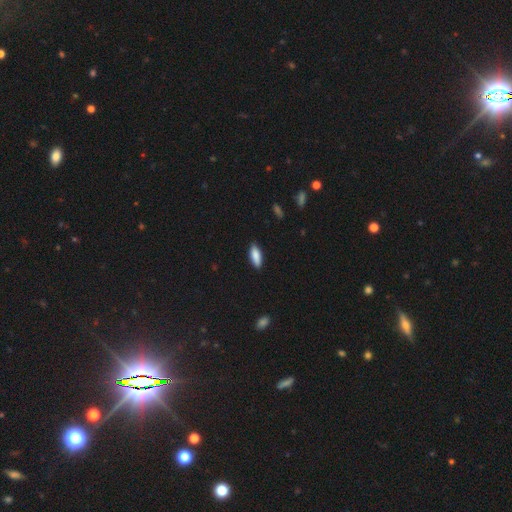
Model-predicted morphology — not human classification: Overall: smooth (86%). How rounded: in between (69%). Merging: none (87%).